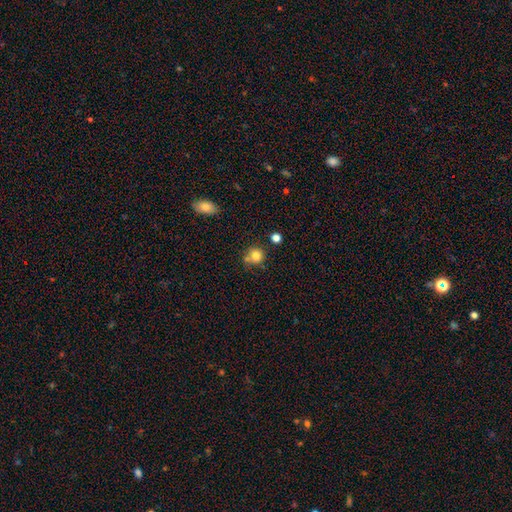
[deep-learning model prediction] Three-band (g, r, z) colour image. It shows a smooth galaxy with no disk features (80%) that is round (89%). Merging: none (62%).